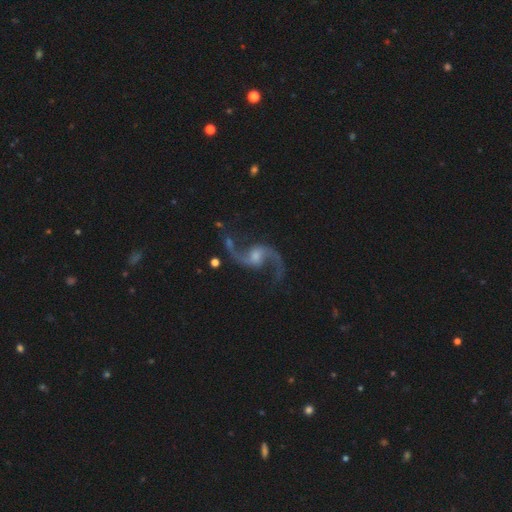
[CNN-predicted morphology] A featured or disk galaxy (93%) with no bar (47%), 2 (95%) loose (82%) spiral arms (98%) and a moderate central bulge (41%).

Vote fractions:
- Smooth or featured? featured or disk: 93% / star or artifact: 5% / smooth: 3%
- Edge-on disk? no: 97% / yes: 3%
- Bar? no: 47% / weak: 42% / strong: 12%
- Spiral arms? yes: 98% / no: 2%
- Spiral winding? loose: 82% / medium: 15% / tight: 3%
- Spiral arm count? 2: 95% / 1: 1% / can't tell: 1% / 3: 1% / 4: 1% / more than 4: 1%
- Bulge size? moderate: 41% / small: 39% / none: 10% / large: 8% / dominant: 2%
- Merging? none: 77% / minor disturbance: 13% / major disturbance: 7% / merger: 3%